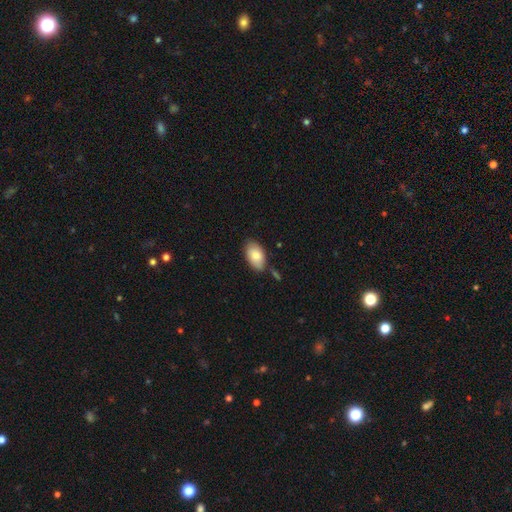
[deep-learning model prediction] The model was most divided on "merging": none: 72%, minor disturbance: 18%, merger: 6%, major disturbance: 4%. More confident: how rounded — in between (93%); smooth or featured — smooth (81%).